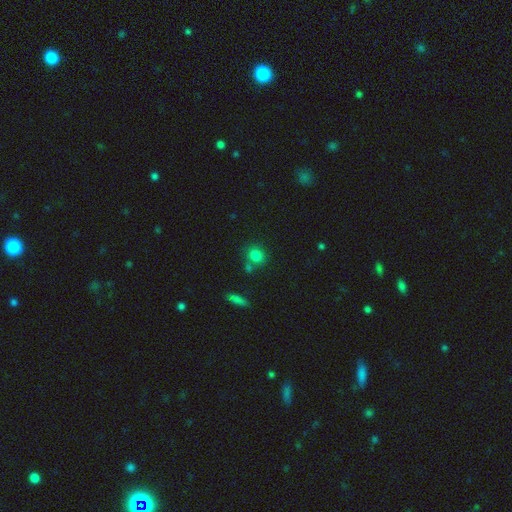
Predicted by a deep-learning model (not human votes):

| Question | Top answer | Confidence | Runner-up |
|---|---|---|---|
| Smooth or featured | smooth | 81% | star or artifact (12%) |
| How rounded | round | 74% | in between (24%) |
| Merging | none | 66% | merger (19%) |